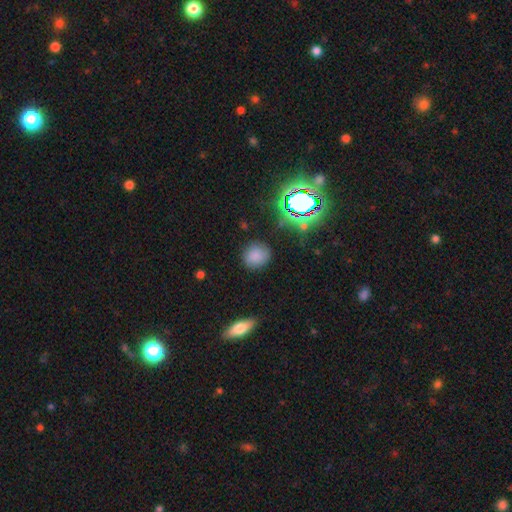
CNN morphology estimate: smooth 78%, star or artifact 15%, featured or disk 6%. Down the decision tree: how rounded — round (84%); merging — none (84%).